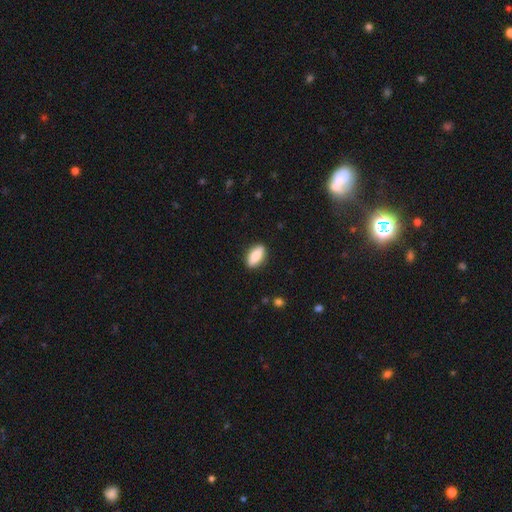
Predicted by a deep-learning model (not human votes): Smooth or featured? smooth (80%)
How rounded? in between (85%)
Merging? none (88%)